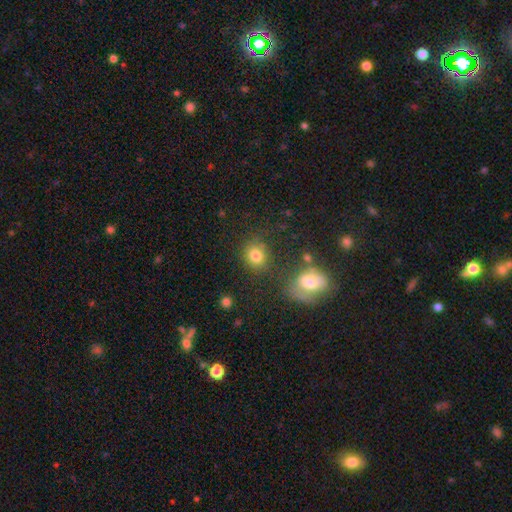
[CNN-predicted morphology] smooth-or-featured: smooth: 81% | star or artifact: 12% | featured or disk: 7%
  how-rounded: round: 73% | in between: 25% | cigar-shaped: 1%
  merging: none: 74% | minor disturbance: 12% | merger: 9% | major disturbance: 5%